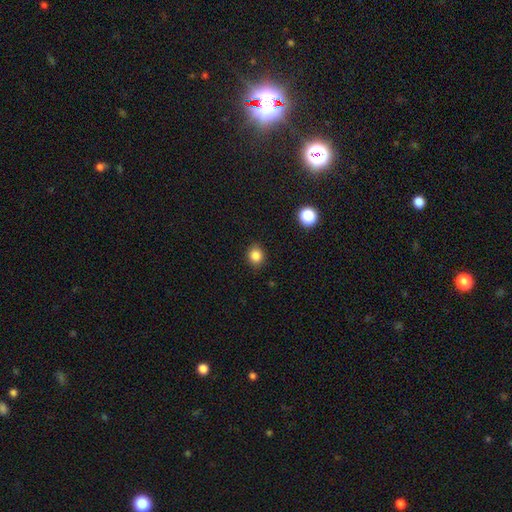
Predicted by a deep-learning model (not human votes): smooth-or-featured: smooth: 85% | star or artifact: 11% | featured or disk: 4%
  how-rounded: round: 75% | in between: 25% | cigar-shaped: 1%
  merging: none: 88% | minor disturbance: 8% | major disturbance: 2% | merger: 1%